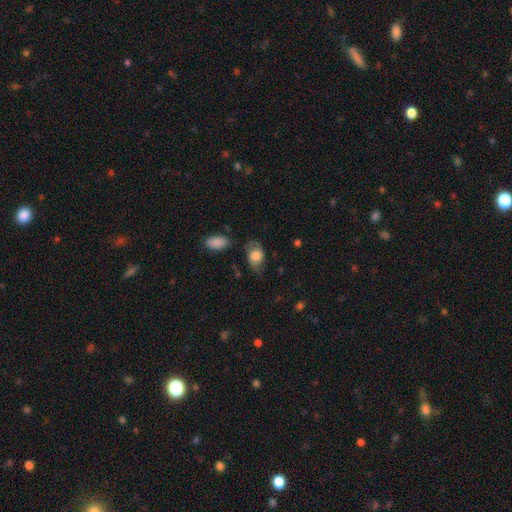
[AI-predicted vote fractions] This is likely a smooth galaxy (63%). How rounded: likely in between (78%). Merging: possibly none (59%).